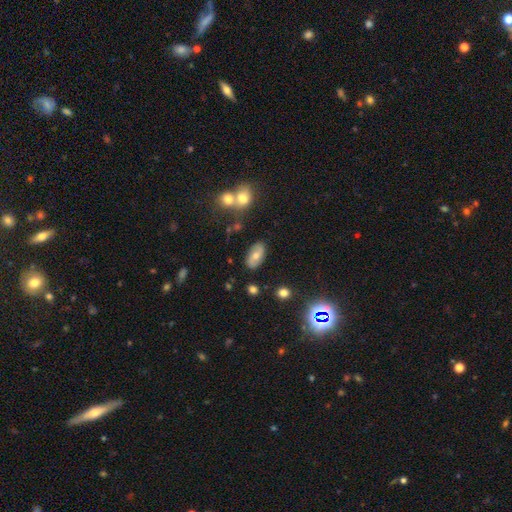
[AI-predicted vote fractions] smooth 55%, featured or disk 36%, star or artifact 9%. Down the decision tree: how rounded — in between (92%); merging — none (80%).